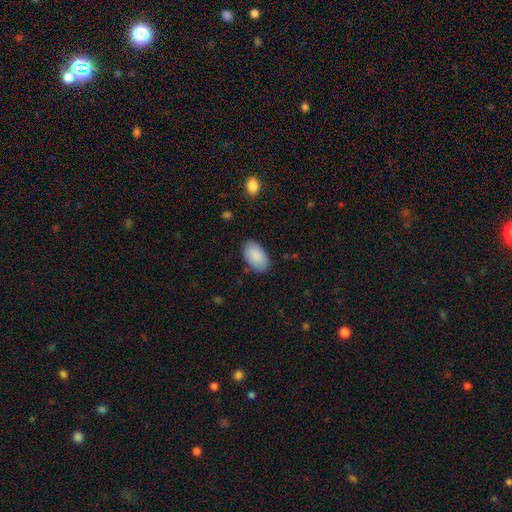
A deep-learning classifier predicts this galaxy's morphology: Smooth or featured: smooth — 89% (star or artifact — 6%)
How rounded: in between — 95% (round — 4%)
Merging: none — 84% (minor disturbance — 12%)